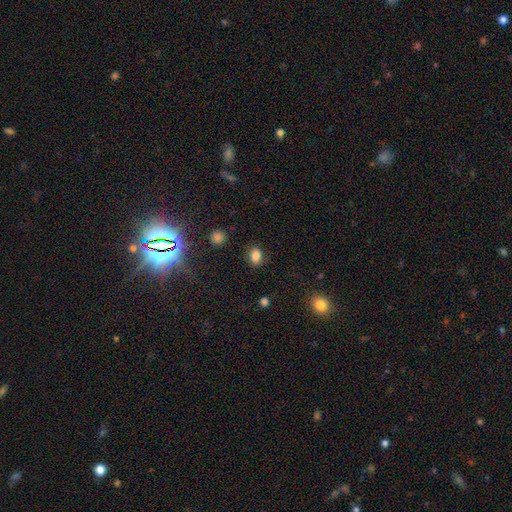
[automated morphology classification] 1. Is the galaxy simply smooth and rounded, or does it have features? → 82% smooth, 12% star or artifact, 6% featured or disk.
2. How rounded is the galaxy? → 68% in between, 30% round, 2% cigar-shaped.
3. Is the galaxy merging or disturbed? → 83% none, 12% minor disturbance, 3% major disturbance, 2% merger.